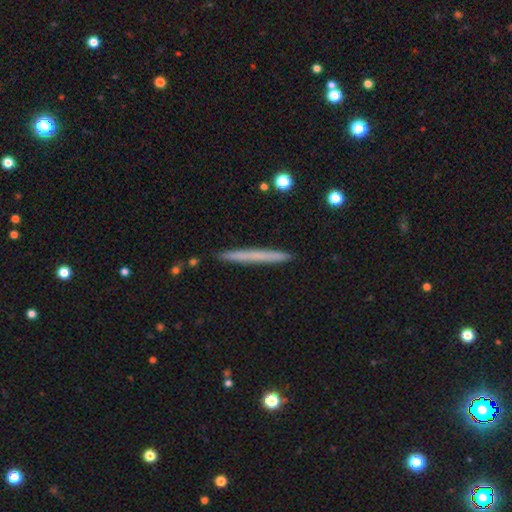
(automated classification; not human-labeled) A smooth galaxy with no disk features (61%) that is cigar-shaped (97%).

Vote fractions:
- Smooth or featured? smooth: 61% / featured or disk: 33% / star or artifact: 6%
- How rounded? cigar-shaped: 97% / in between: 2% / round: 1%
- Merging? none: 92% / minor disturbance: 6% / merger: 1% / major disturbance: 1%